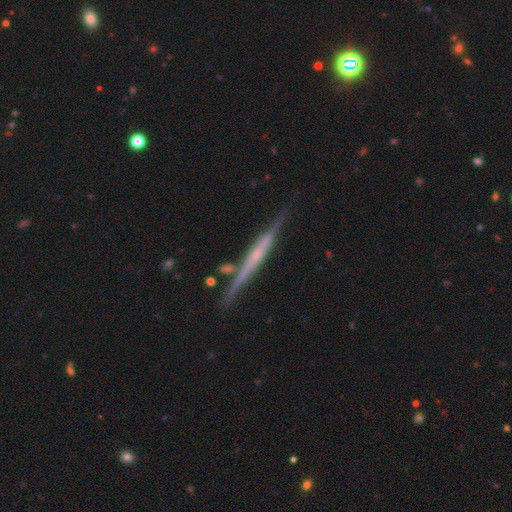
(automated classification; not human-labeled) A featured or disk galaxy (71%) viewed edge-on (97%) with no central bulge (61%).

Vote fractions:
- Smooth or featured? featured or disk: 71% / smooth: 23% / star or artifact: 6%
- Edge-on disk? yes: 97% / no: 3%
- Edge-on bulge? none: 61% / rounded: 29% / boxy: 10%
- Merging? none: 82% / minor disturbance: 11% / merger: 4% / major disturbance: 2%